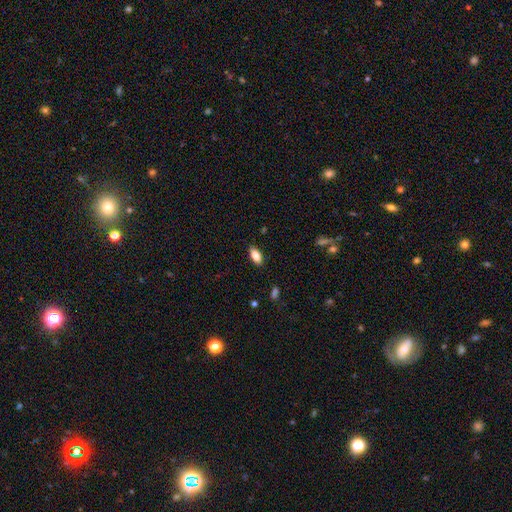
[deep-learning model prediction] Smooth or featured? smooth (82%)
How rounded? in between (87%)
Merging? none (87%)